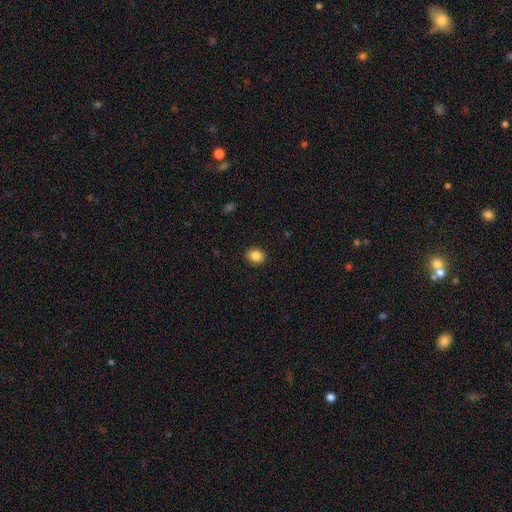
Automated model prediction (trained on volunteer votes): The model was most divided on "how rounded": round: 65%, in between: 34%, cigar-shaped: 1%. More confident: merging — none (91%); smooth or featured — smooth (86%).